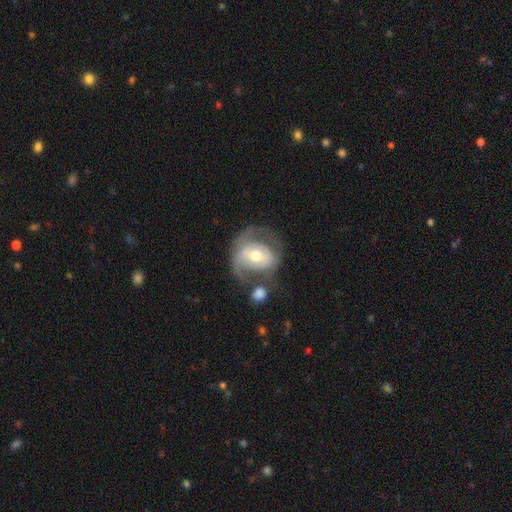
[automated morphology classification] type=featured or disk (67%); edge-on=no (96%); bar=no (42%); spiral arms=yes (70%); bulge=moderate (67%); merging=none (38%).